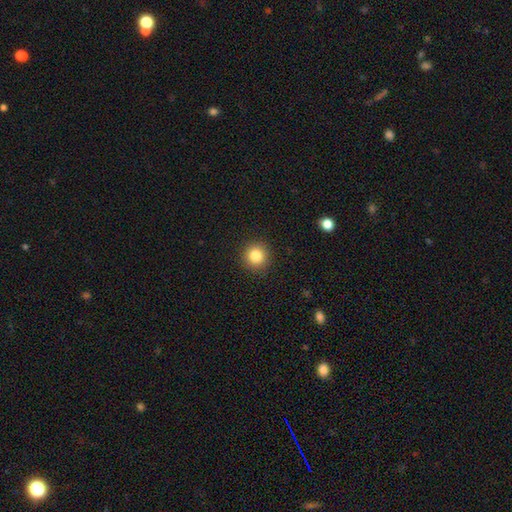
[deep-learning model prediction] A smooth galaxy with no disk features (83%) that is round (94%). Merging: none (92%).